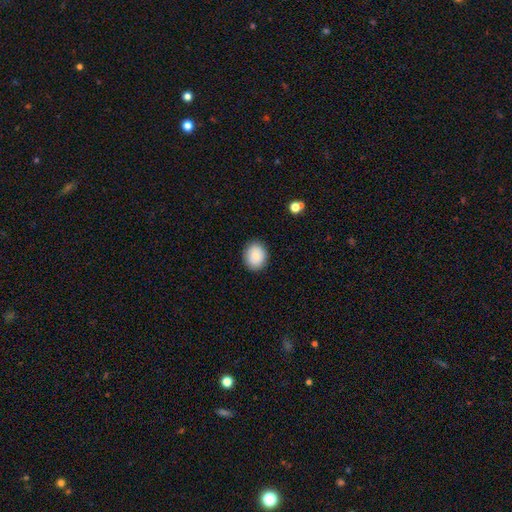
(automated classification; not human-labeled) A smooth galaxy with no disk features (83%) that is round (66%).

Vote fractions:
- Smooth or featured? smooth: 83% / featured or disk: 9% / star or artifact: 8%
- How rounded? round: 66% / in between: 33% / cigar-shaped: 1%
- Merging? none: 88% / minor disturbance: 9% / major disturbance: 2% / merger: 1%